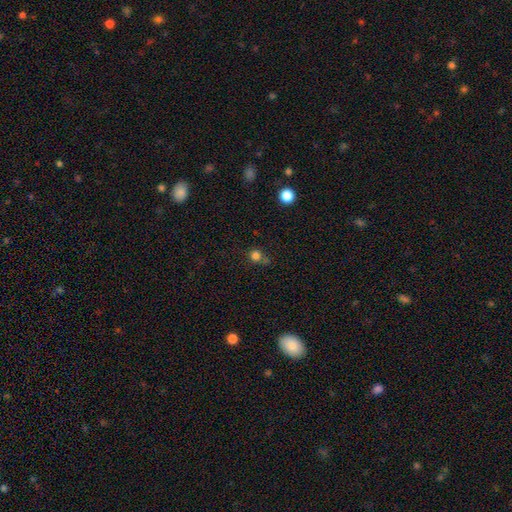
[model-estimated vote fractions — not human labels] Smooth or featured: smooth — 77% (star or artifact — 17%)
How rounded: round — 89% (in between — 10%)
Merging: none — 61% (merger — 17%)